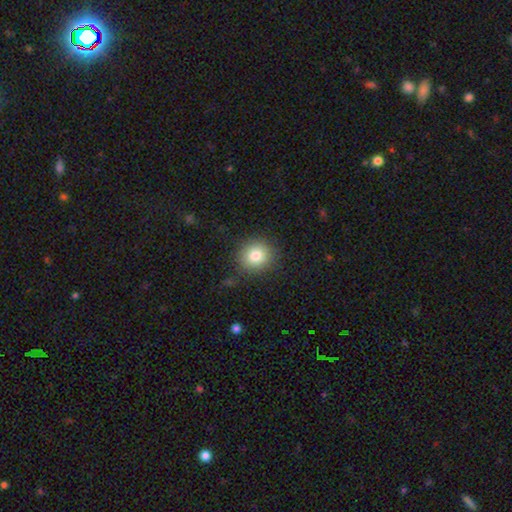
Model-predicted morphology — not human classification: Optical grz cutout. It shows a smooth galaxy with no disk features (82%) that is round (88%). Merging: none (85%).